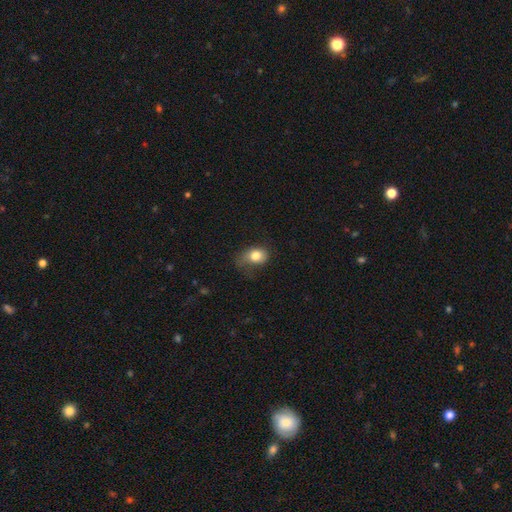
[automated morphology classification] This is likely a smooth galaxy (79%). How rounded: possibly in between (57%). Merging: marginally none (33%, tied with minor disturbance).